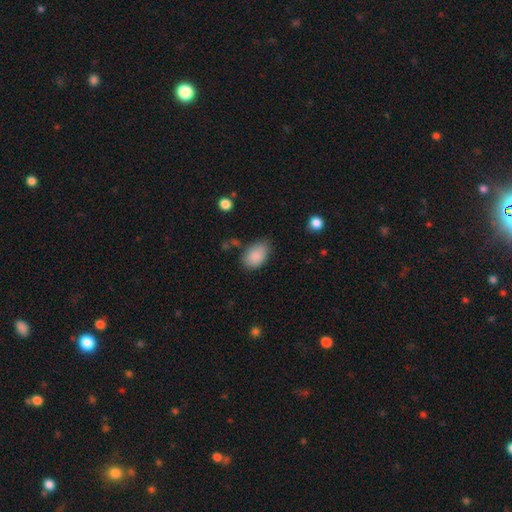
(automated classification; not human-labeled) smooth 87%, star or artifact 7%, featured or disk 5%. Down the decision tree: how rounded — in between (89%); merging — none (69%).